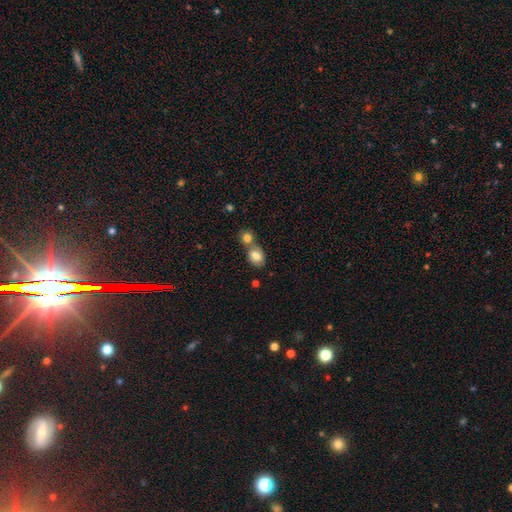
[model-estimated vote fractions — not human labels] The model was most divided on "merging": merger: 45%, none: 44%, minor disturbance: 9%, major disturbance: 3%. More confident: smooth or featured — smooth (81%); how rounded — in between (60%).